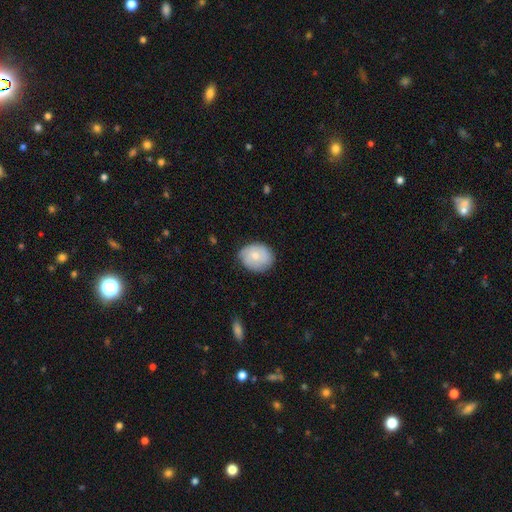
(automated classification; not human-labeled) smooth-or-featured: smooth: 55% | featured or disk: 39% | star or artifact: 7%
  how-rounded: round: 60% | in between: 39% | cigar-shaped: 1%
  merging: none: 73% | minor disturbance: 21% | major disturbance: 4% | merger: 1%